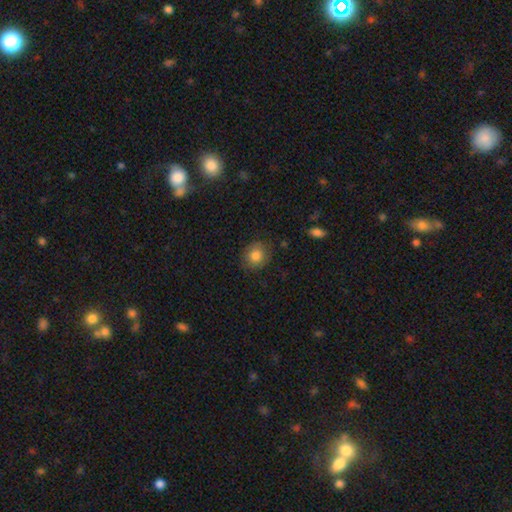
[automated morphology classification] This appears to be a smooth galaxy with no disk features (82%) that is round (78%). Merging: none (80%).